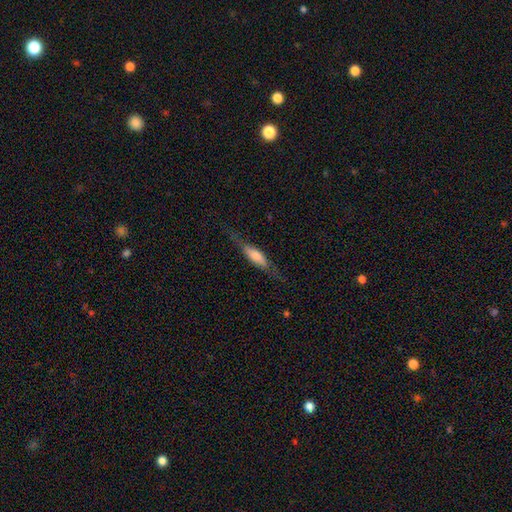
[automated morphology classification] type=featured or disk (48%); merging=none (73%).